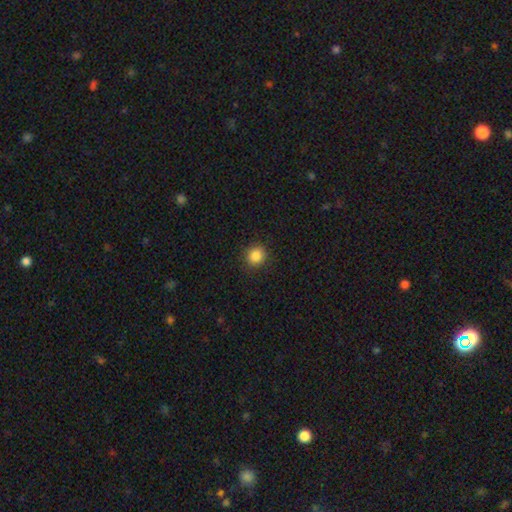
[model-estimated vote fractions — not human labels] A smooth galaxy with no disk features (86%) that is round (85%).

Vote fractions:
- Smooth or featured? smooth: 86% / star or artifact: 10% / featured or disk: 4%
- How rounded? round: 85% / in between: 14% / cigar-shaped: 1%
- Merging? none: 89% / minor disturbance: 7% / major disturbance: 2% / merger: 1%